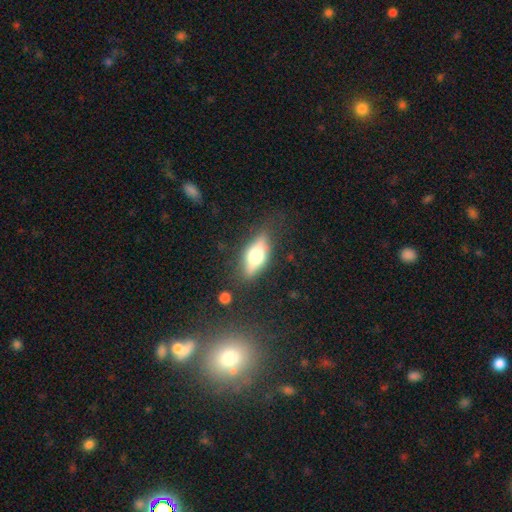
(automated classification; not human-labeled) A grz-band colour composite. It shows a smooth galaxy with no disk features (52%) that is in between round and cigar-shaped (71%). Merging: none (76%).